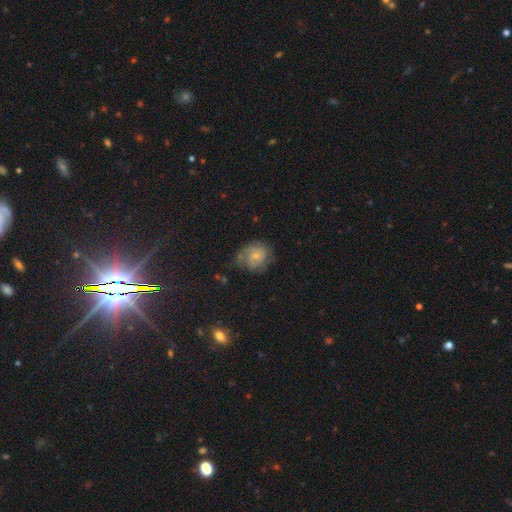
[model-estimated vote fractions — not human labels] smooth-or-featured: smooth: 49% | featured or disk: 41% | star or artifact: 10%
  merging: none: 51% | minor disturbance: 30% | major disturbance: 16% | merger: 3%